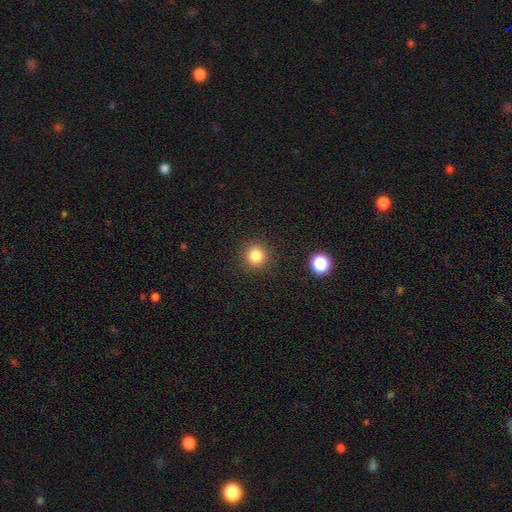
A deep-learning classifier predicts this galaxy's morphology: This appears to be a smooth galaxy with no disk features (82%) that is round (94%). Merging: none (91%).